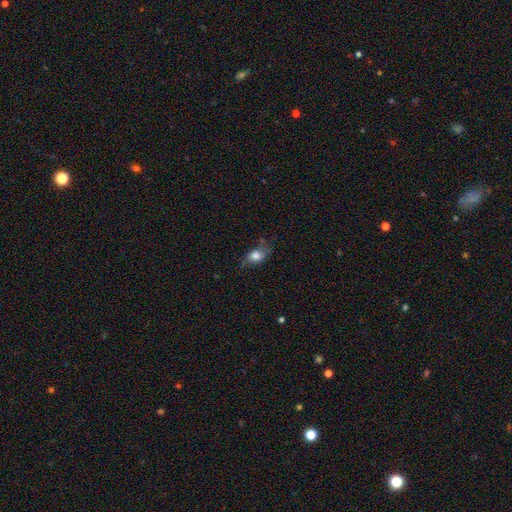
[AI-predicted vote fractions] smooth_or_featured: smooth (p=0.74) [alt: featured or disk p=0.17]
how_rounded: in between (p=0.76) [alt: round p=0.21]
merging: none (p=0.55) [alt: minor disturbance p=0.30]